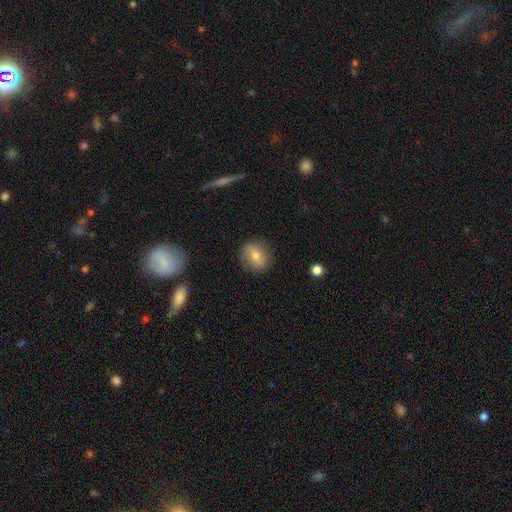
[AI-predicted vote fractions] Smooth or featured? smooth (69%)
How rounded? round (55%)
Merging? none (83%)